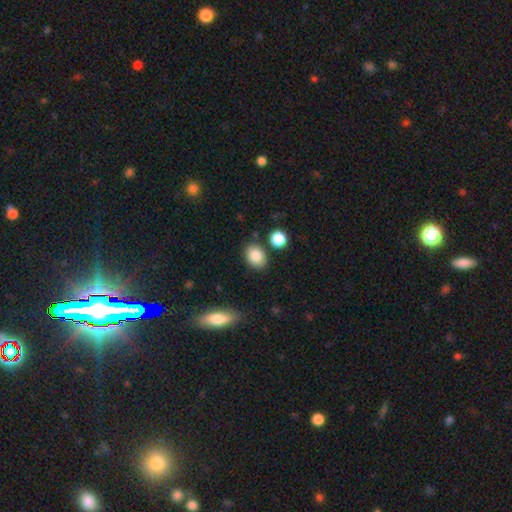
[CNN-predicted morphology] Smooth or featured? Predicted: smooth (p=0.85). How rounded? Predicted: in between (p=0.67). Merging? Predicted: none (p=0.81).